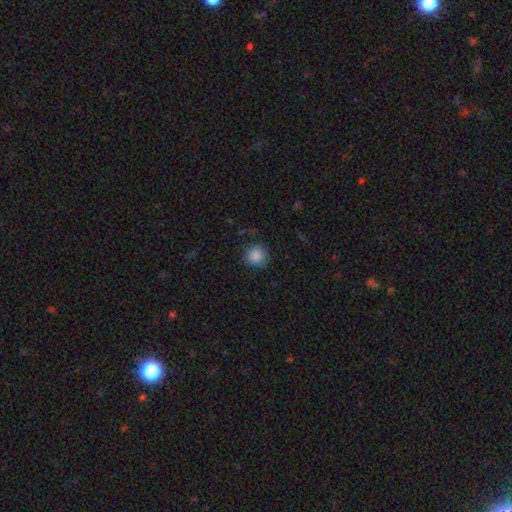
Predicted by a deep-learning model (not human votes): The model was most divided on "merging": none: 84%, minor disturbance: 12%, major disturbance: 3%, merger: 1%. More confident: how rounded — round (91%); smooth or featured — smooth (86%).